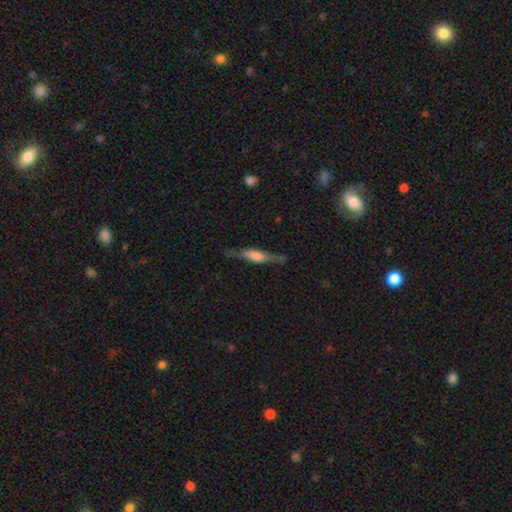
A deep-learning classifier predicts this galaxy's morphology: Smooth or featured? featured or disk (61%)
Edge-on disk? yes (92%)
Edge-on bulge? rounded (54%)
Merging? none (77%)